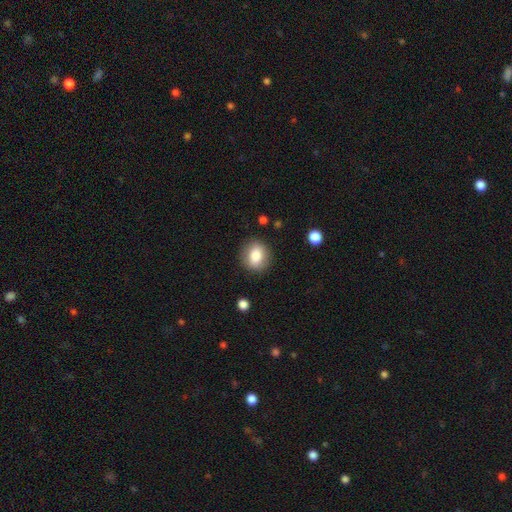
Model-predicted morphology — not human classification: Q: Smooth or featured?
A: smooth (83%); runner-up: featured or disk (9%)
Q: How rounded?
A: round (62%); runner-up: in between (37%)
Q: Merging?
A: none (86%); runner-up: minor disturbance (10%)